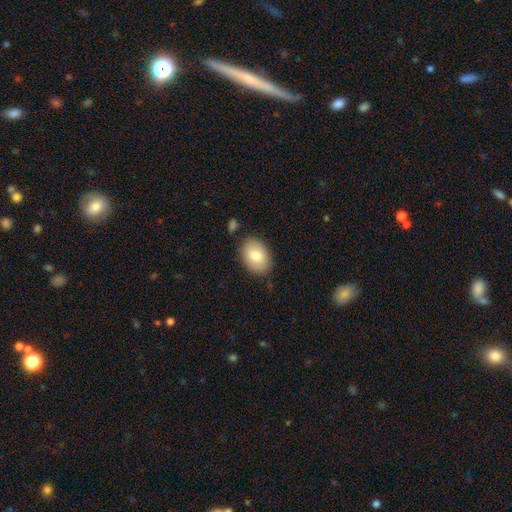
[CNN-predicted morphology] Smooth or featured? smooth (80%)
How rounded? in between (81%)
Merging? none (81%)